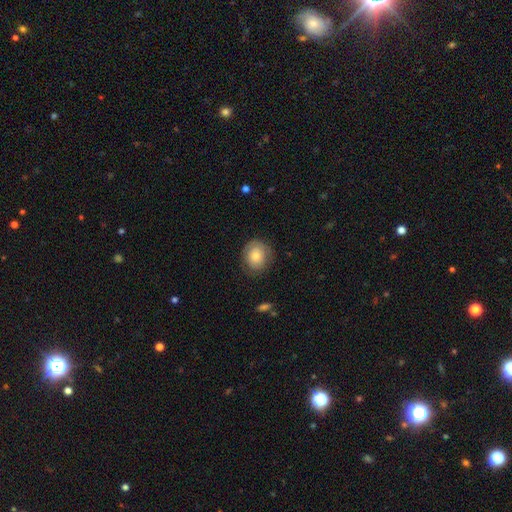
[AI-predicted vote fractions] A smooth galaxy with no disk features (69%) that is round (70%). Merging: none (76%).